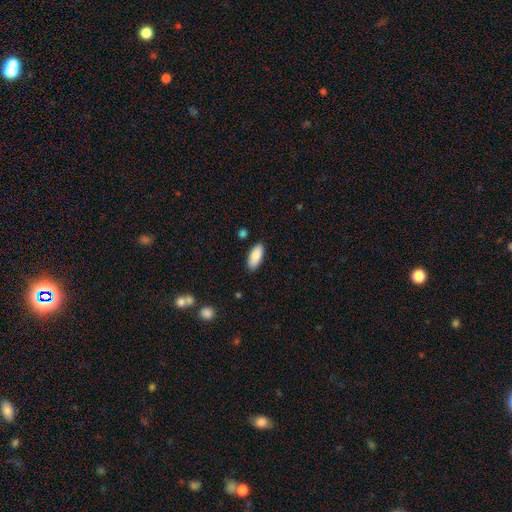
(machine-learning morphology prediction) Overall: smooth (86%). How rounded: in between (88%). Merging: none (87%).